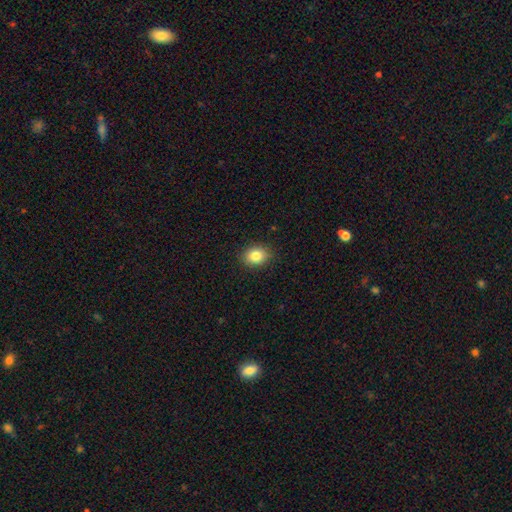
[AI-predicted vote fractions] The model was most divided on "how rounded": in between: 56%, round: 43%, cigar-shaped: 1%. More confident: merging — none (89%); smooth or featured — smooth (84%).